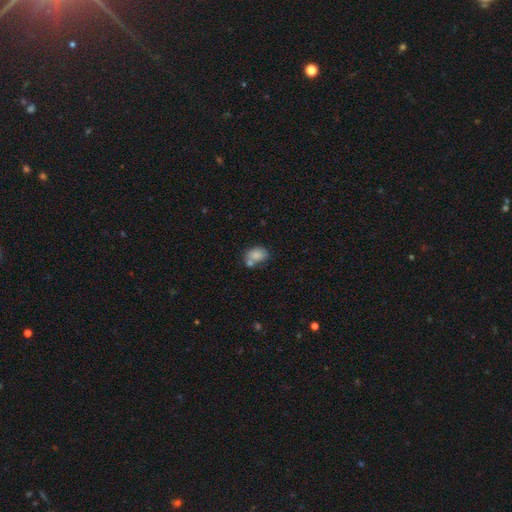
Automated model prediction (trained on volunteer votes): Smooth or featured: smooth — 81% (featured or disk — 10%)
How rounded: in between — 73% (round — 26%)
Merging: none — 45% (merger — 32%)